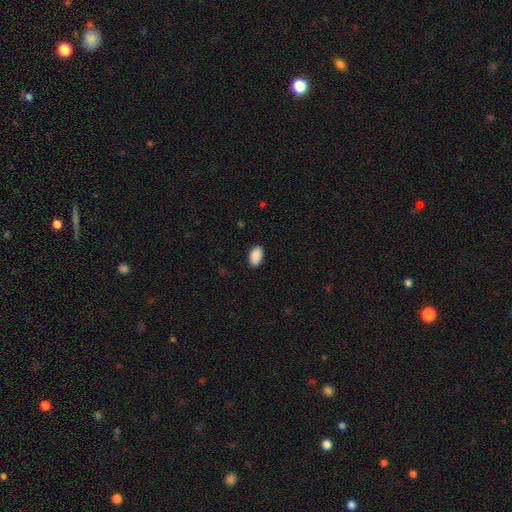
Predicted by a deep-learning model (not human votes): smooth_or_featured: smooth (p=0.91) [alt: star or artifact p=0.07]
how_rounded: in between (p=0.94) [alt: round p=0.04]
merging: none (p=0.88) [alt: minor disturbance p=0.09]